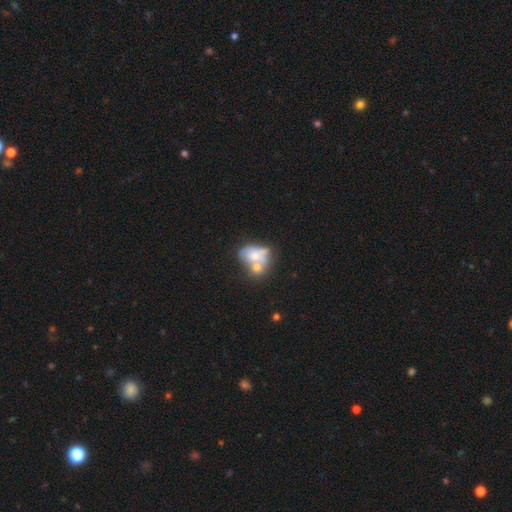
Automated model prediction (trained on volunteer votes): Overall: smooth (51%; featured or disk 40%). How rounded: in between (64%; round 34%). Merging: merger (59%).